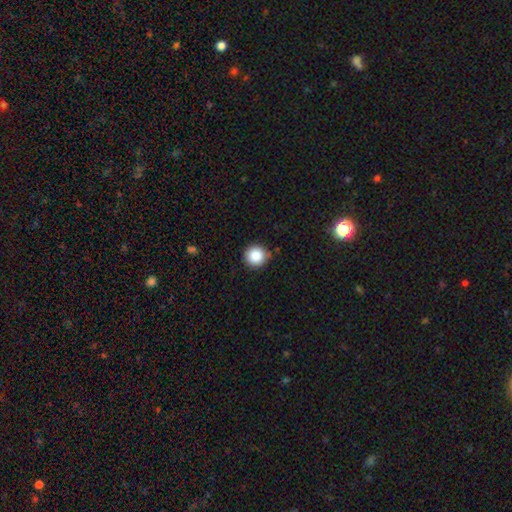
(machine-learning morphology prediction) This is clearly a smooth galaxy (86%). How rounded: clearly round (95%). Merging: clearly none (88%).